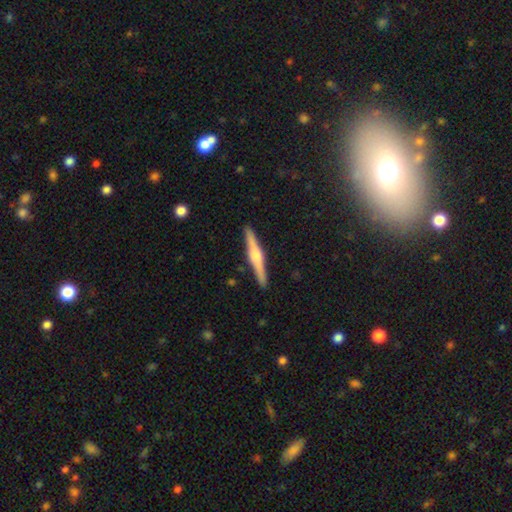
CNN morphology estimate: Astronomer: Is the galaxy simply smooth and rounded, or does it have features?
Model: featured or disk — 71%.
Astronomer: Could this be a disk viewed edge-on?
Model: yes — 98%.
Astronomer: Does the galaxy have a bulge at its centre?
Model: rounded — 85%.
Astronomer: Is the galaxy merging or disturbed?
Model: none — 91%.